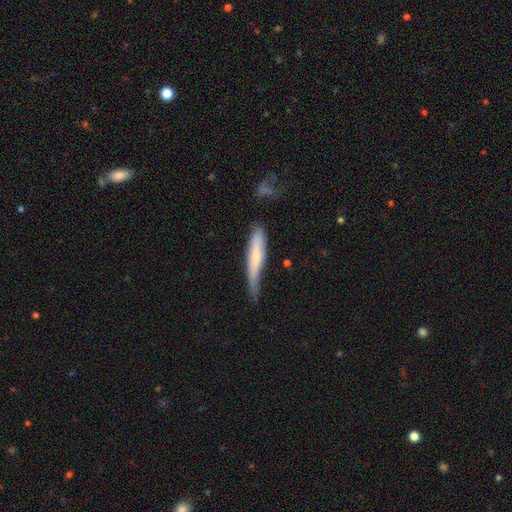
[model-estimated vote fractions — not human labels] smooth 58%, featured or disk 36%, star or artifact 6%. Down the decision tree: how rounded — cigar-shaped (88%); merging — none (48%).